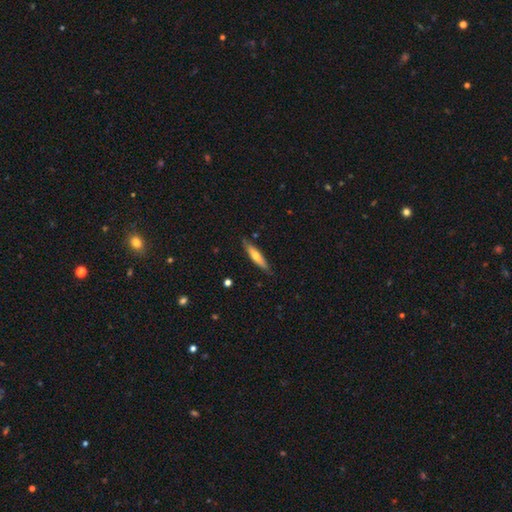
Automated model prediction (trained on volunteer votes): This appears to be a smooth galaxy with no disk features (54%) that is cigar-shaped (84%). Merging: none (85%).